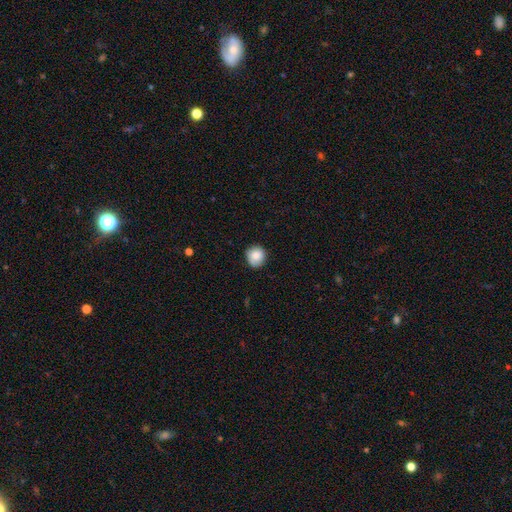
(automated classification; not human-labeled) smooth-or-featured: smooth: 84% | star or artifact: 8% | featured or disk: 8%
  how-rounded: round: 90% | in between: 9% | cigar-shaped: 1%
  merging: none: 81% | minor disturbance: 15% | major disturbance: 3% | merger: 1%